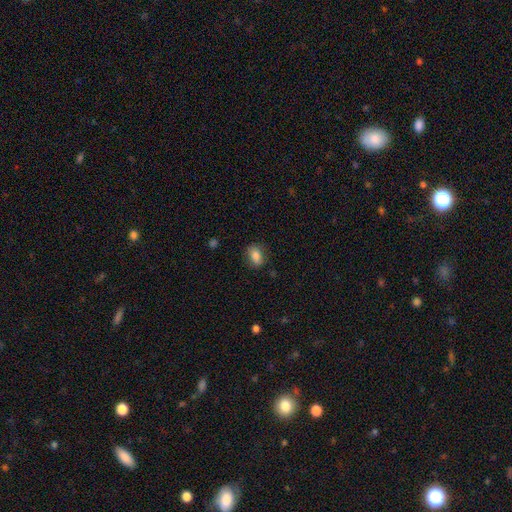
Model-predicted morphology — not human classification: type=smooth (83%); roundness=in between (79%); merging=none (83%).